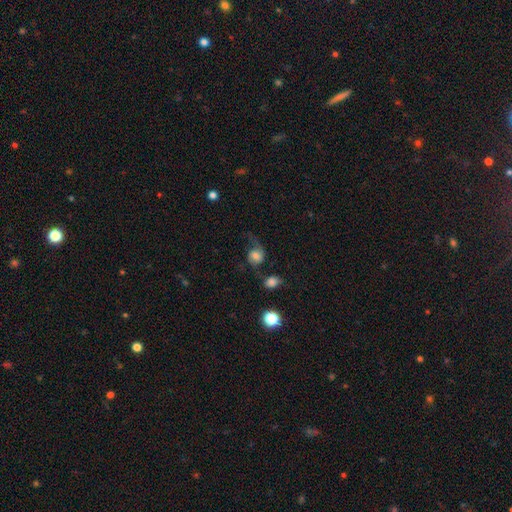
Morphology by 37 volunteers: Smooth or featured? 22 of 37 (59%) said smooth. How rounded? 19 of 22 (86%) said round. Merging? 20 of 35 (57%) said none.